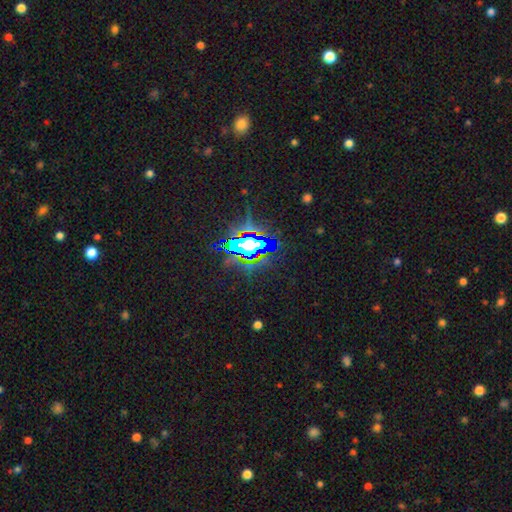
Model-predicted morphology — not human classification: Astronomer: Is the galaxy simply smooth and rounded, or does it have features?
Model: star or artifact — 82%.